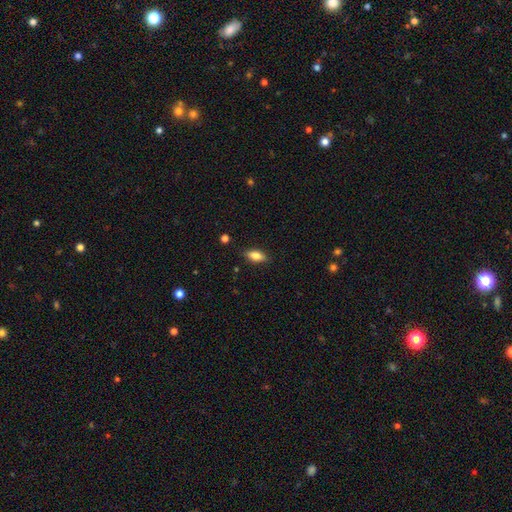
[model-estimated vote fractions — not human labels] Smooth or featured? Predicted: smooth (p=0.80). How rounded? Predicted: in between (p=0.84). Merging? Predicted: none (p=0.85).